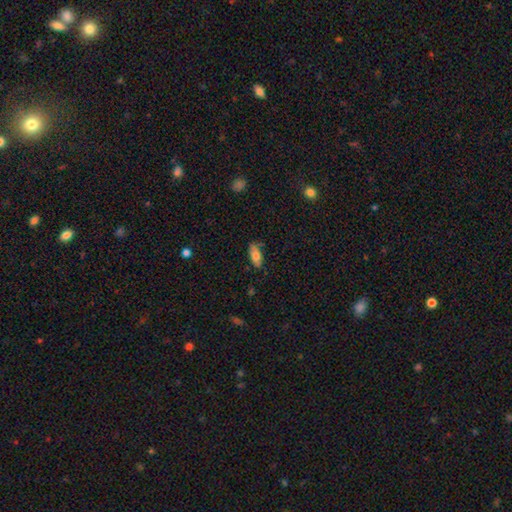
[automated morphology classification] smooth_or_featured: smooth (p=0.76) [alt: featured or disk p=0.17]
how_rounded: in between (p=0.84) [alt: cigar-shaped p=0.13]
merging: none (p=0.75) [alt: minor disturbance p=0.19]